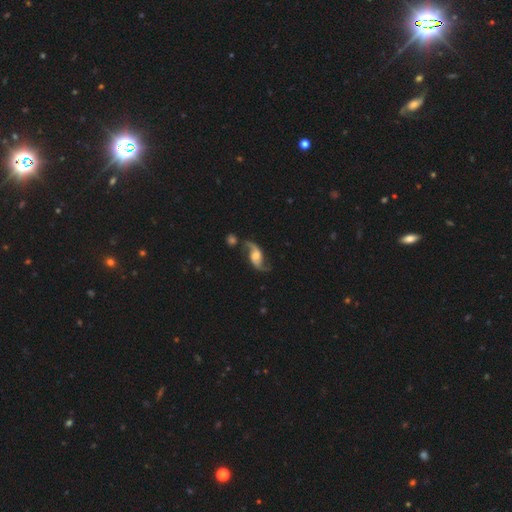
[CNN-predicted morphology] Smooth or featured?
  - featured or disk: 87% *
  - smooth: 8%
  - star or artifact: 5%
Edge-on disk?
  - no: 95% *
  - yes: 5%
Bar?
  - no: 50% *
  - weak: 37%
  - strong: 13%
Spiral arms?
  - yes: 96% *
  - no: 4%
Spiral winding?
  - loose: 77% *
  - medium: 18%
  - tight: 4%
Spiral arm count?
  - 2: 93% *
  - 1: 2%
  - can't tell: 2%
  - 3: 1%
  - 4: 1%
  - more than 4: 1%
Bulge size?
  - moderate: 42% *
  - small: 23%
  - large: 22%
  - none: 11%
  - dominant: 3%
Merging?
  - none: 66% *
  - minor disturbance: 15%
  - merger: 11%
  - major disturbance: 8%